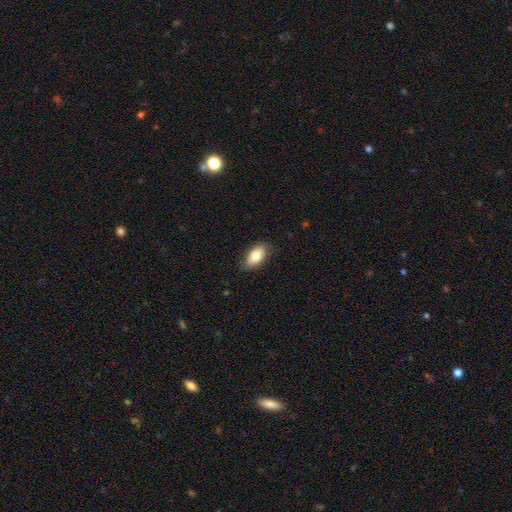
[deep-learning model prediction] Smooth or featured?
  - smooth: 80% *
  - featured or disk: 13%
  - star or artifact: 7%
How rounded?
  - in between: 92% *
  - round: 5%
  - cigar-shaped: 4%
Merging?
  - none: 82% *
  - minor disturbance: 15%
  - major disturbance: 3%
  - merger: 1%